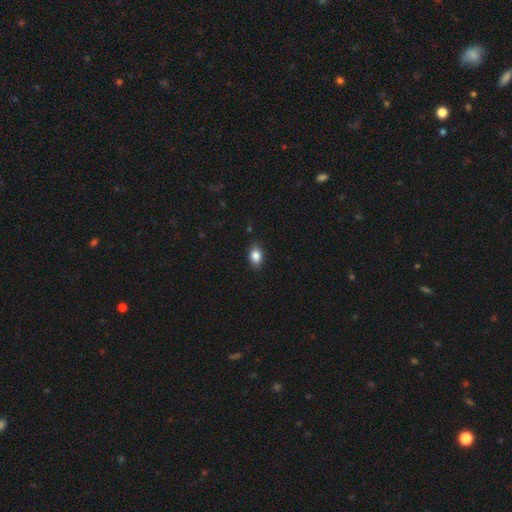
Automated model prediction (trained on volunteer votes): Morphology: type=smooth (86%); roundness=in between (79%); merging=none (85%).